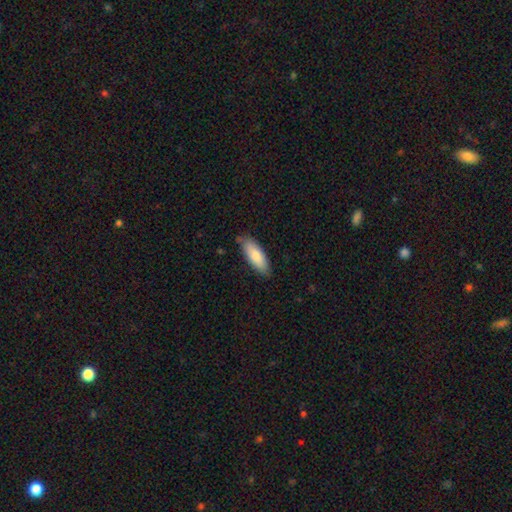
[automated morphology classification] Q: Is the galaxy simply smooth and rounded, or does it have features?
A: smooth — 80%.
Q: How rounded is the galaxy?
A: in between — 67%.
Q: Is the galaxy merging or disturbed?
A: none — 79%.